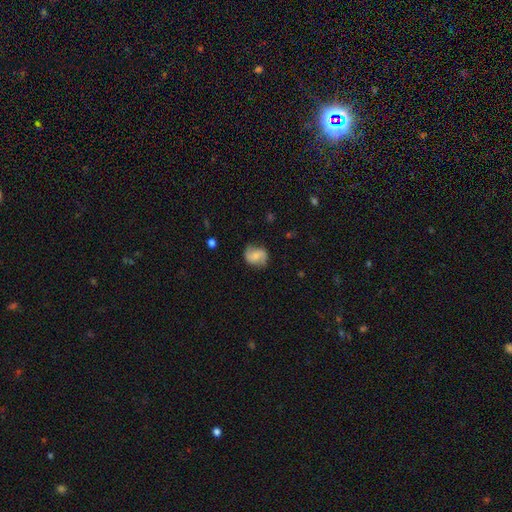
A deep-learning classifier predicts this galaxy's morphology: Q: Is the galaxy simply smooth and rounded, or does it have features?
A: featured or disk — 63%.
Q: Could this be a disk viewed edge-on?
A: no — 97%.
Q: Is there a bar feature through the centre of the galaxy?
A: no — 52%.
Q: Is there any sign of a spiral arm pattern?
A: yes — 93%.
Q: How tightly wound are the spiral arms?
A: loose — 45%.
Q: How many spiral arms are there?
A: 2 — 90%.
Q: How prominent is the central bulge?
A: small — 45%.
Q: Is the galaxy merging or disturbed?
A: none — 77%.